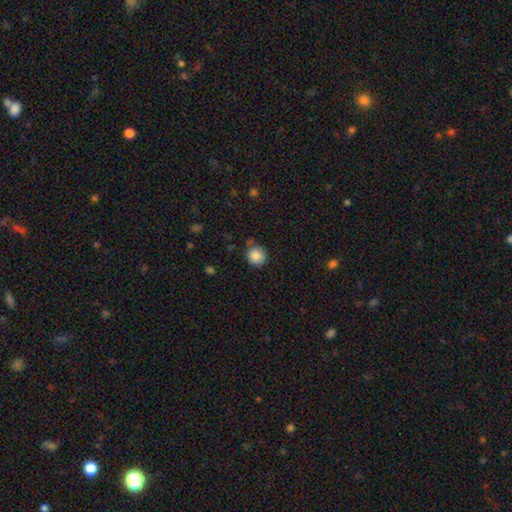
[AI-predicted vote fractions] Smooth or featured? smooth (87%)
How rounded? round (87%)
Merging? none (70%)